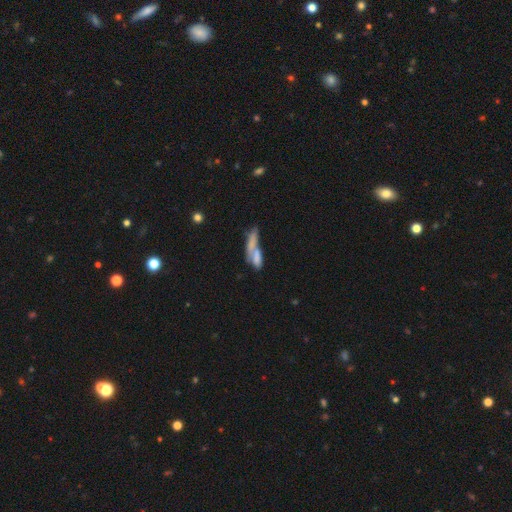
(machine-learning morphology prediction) Overall: smooth (65%; featured or disk 25%). How rounded: cigar-shaped (53%; in between 43%). Merging: merger (55%; none 23%).